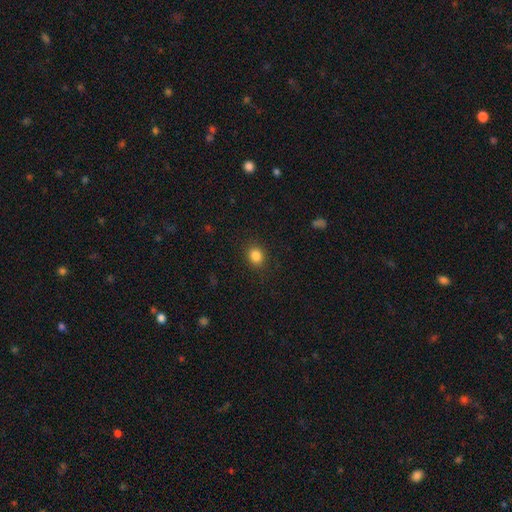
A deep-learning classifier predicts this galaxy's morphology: smooth-or-featured: smooth: 84% | star or artifact: 11% | featured or disk: 4%
  how-rounded: round: 71% | in between: 28% | cigar-shaped: 1%
  merging: none: 89% | minor disturbance: 8% | major disturbance: 2% | merger: 1%